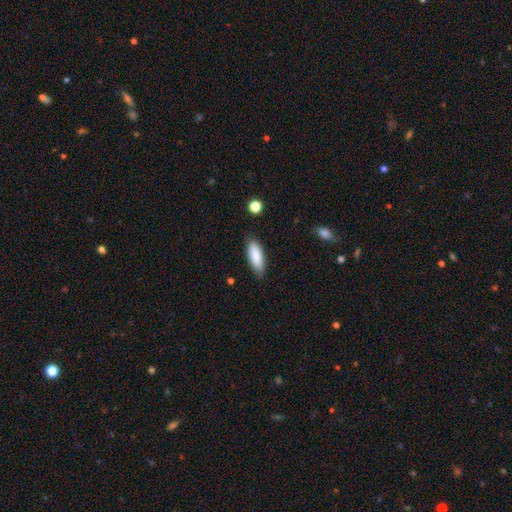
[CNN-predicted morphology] This is clearly a smooth galaxy (87%). How rounded: likely in between (65%). Merging: clearly none (84%).